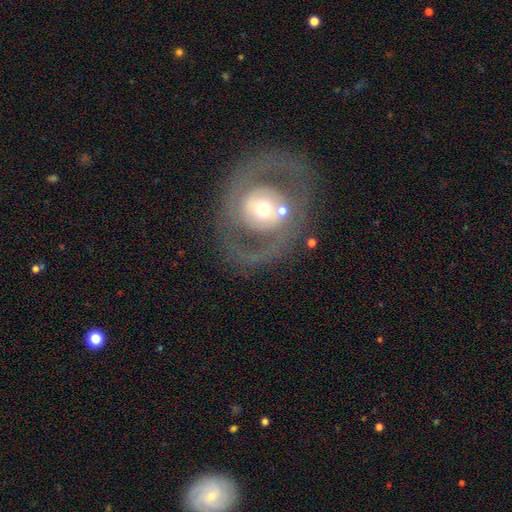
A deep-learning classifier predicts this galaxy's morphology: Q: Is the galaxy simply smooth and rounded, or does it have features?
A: featured or disk — 80%.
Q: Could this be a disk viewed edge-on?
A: no — 96%.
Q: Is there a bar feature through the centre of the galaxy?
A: no — 60%.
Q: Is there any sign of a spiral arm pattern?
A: yes — 69%.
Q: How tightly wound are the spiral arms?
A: medium — 43%.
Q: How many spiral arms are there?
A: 2 — 79%.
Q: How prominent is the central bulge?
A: moderate — 57%.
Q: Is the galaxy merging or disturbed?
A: none — 77%.